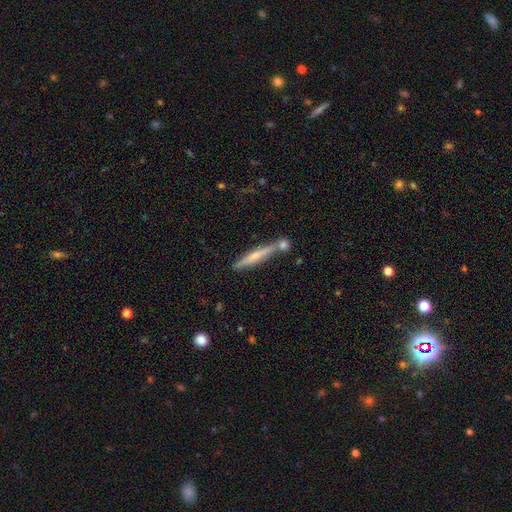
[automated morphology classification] smooth_or_featured: smooth (p=0.52) [alt: featured or disk p=0.41]
how_rounded: cigar-shaped (p=0.94) [alt: in between p=0.05]
merging: none (p=0.68) [alt: merger p=0.16]